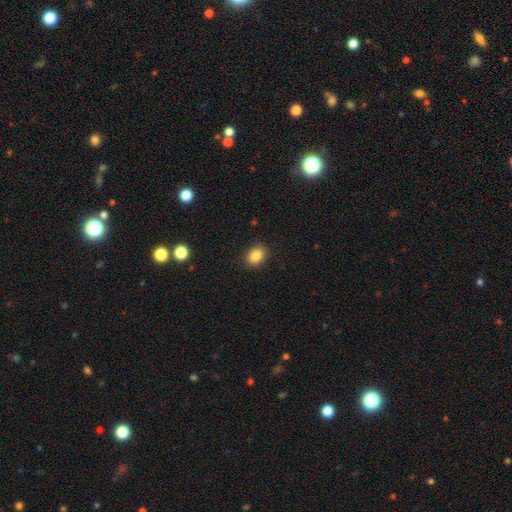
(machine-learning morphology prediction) Smooth or featured: smooth — 86% (star or artifact — 9%)
How rounded: in between — 66% (round — 33%)
Merging: none — 88% (minor disturbance — 9%)